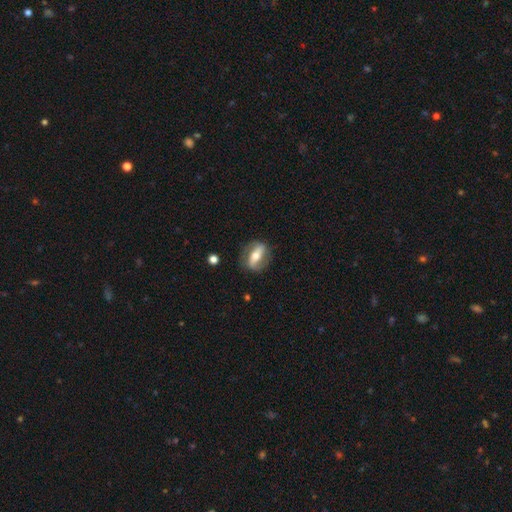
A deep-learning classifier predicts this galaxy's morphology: A featured or disk galaxy (66%) with a strong bar (65%), spiral arms (65%) and a moderate central bulge (66%).

Vote fractions:
- Smooth or featured? featured or disk: 66% / smooth: 27% / star or artifact: 6%
- Edge-on disk? no: 83% / yes: 17%
- Bar? strong: 65% / weak: 19% / no: 17%
- Spiral arms? yes: 65% / no: 35%
- Bulge size? moderate: 66% / small: 23% / large: 9% / dominant: 2% / none: 1%
- Merging? none: 78% / minor disturbance: 14% / major disturbance: 6% / merger: 1%